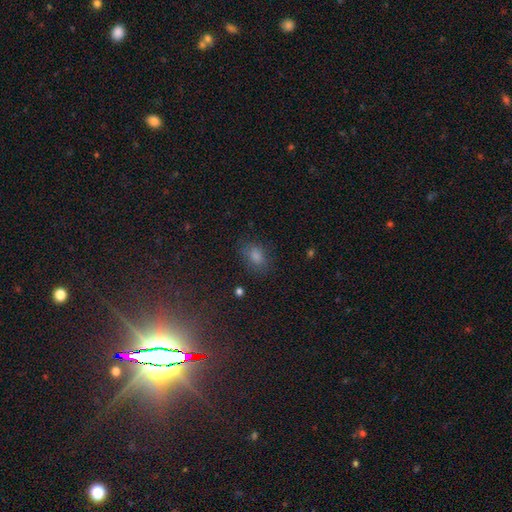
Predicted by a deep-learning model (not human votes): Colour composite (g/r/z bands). It shows a smooth galaxy with no disk features (62%) that is in between round and cigar-shaped (74%). Merging: none (80%).